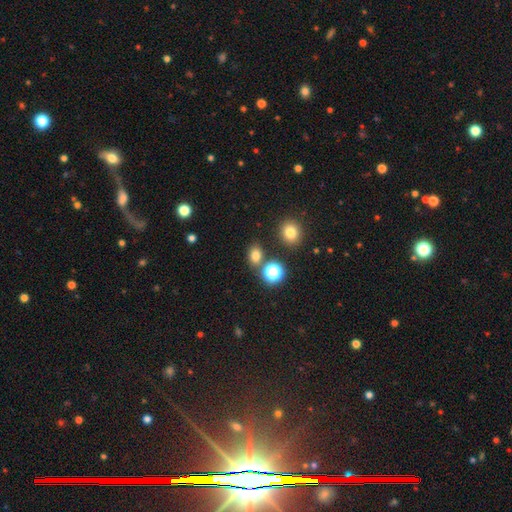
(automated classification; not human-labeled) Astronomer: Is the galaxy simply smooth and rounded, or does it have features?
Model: smooth — 74%.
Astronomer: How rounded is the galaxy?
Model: in between — 51% (runner-up: round, 47%).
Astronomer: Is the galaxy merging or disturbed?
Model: none — 77%.